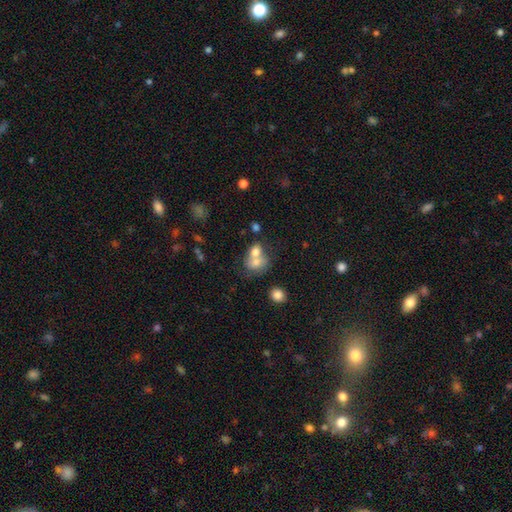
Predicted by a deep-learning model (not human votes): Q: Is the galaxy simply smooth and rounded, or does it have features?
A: smooth — 71%.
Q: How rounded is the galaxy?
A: in between — 55%.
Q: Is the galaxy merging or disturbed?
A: merger — 65%.